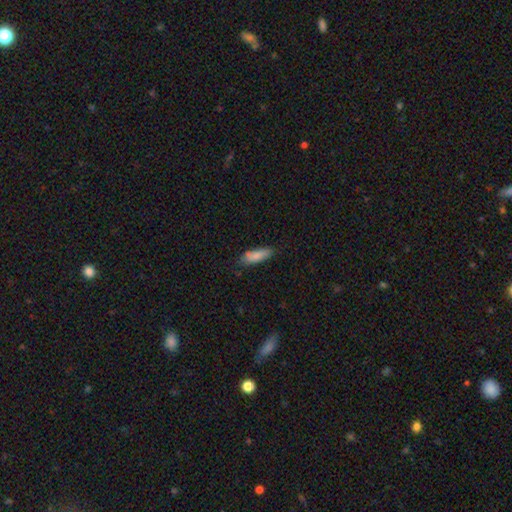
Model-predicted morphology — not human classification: Smooth or featured: smooth — 85% (featured or disk — 8%)
How rounded: in between — 50% (cigar-shaped — 48%)
Merging: none — 74% (minor disturbance — 20%)